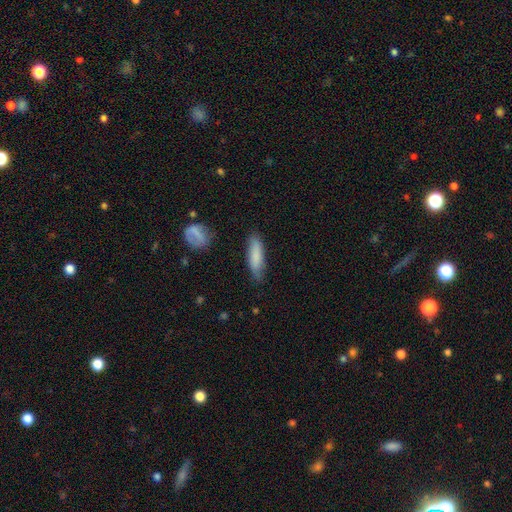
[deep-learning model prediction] Smooth or featured? smooth (81%)
How rounded? cigar-shaped (61%)
Merging? none (78%)